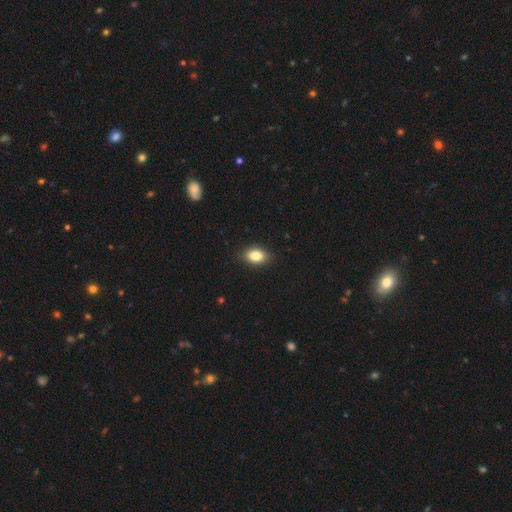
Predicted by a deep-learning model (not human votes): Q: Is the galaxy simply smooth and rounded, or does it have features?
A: smooth — 83%.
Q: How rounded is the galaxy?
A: in between — 84%.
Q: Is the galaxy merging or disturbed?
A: none — 87%.